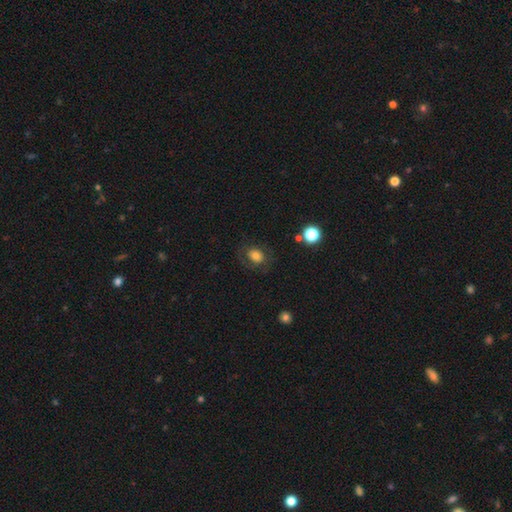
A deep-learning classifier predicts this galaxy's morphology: smooth_or_featured: smooth (p=0.66) [alt: featured or disk p=0.23]
how_rounded: in between (p=0.50) [alt: round p=0.49]
merging: none (p=0.68) [alt: minor disturbance p=0.17]